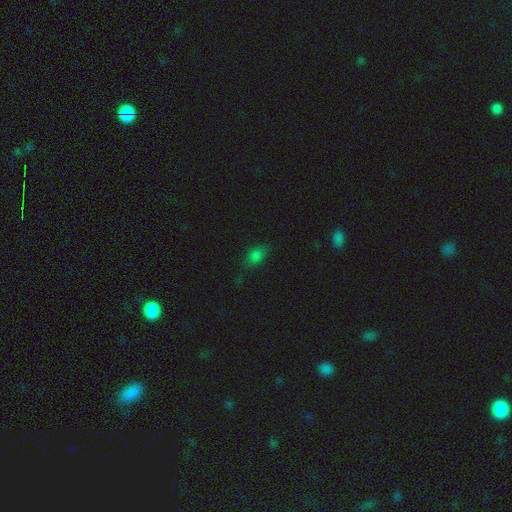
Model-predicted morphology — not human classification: The model was most divided on "merging": none: 72%, minor disturbance: 21%, major disturbance: 6%, merger: 2%. More confident: how rounded — in between (80%); smooth or featured — smooth (76%).